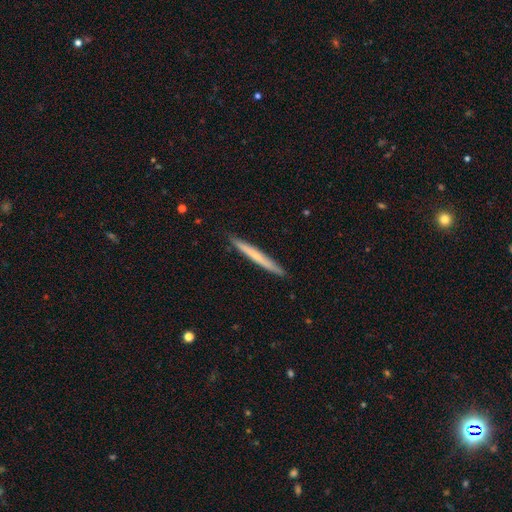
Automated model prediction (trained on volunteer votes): Overall: smooth (54%; featured or disk 40%). How rounded: cigar-shaped (97%). Merging: none (91%).